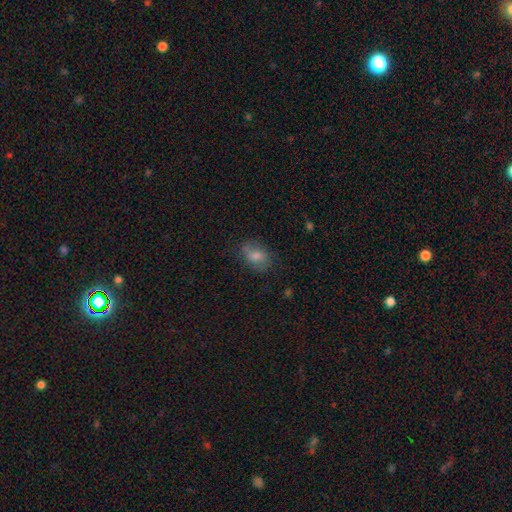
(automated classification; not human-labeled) smooth 64%, featured or disk 22%, star or artifact 14%. Down the decision tree: how rounded — in between (73%); merging — none (71%).